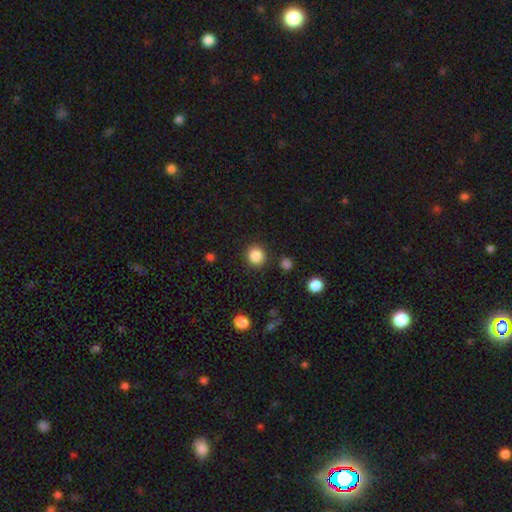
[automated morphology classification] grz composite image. It shows a smooth galaxy with no disk features (86%) that is round (92%). Merging: none (89%).